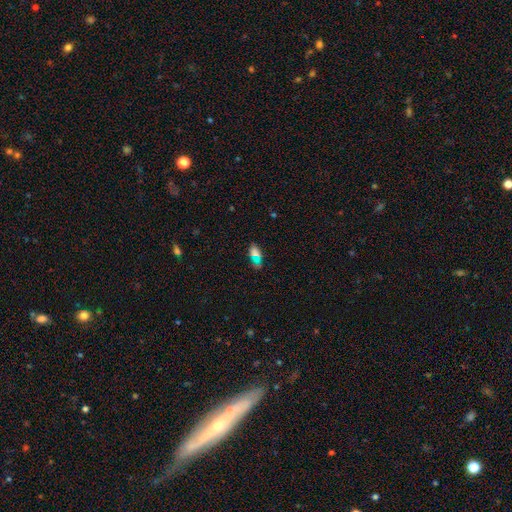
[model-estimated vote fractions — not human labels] smooth-or-featured: smooth: 61% | star or artifact: 24% | featured or disk: 15%
  how-rounded: in between: 78% | cigar-shaped: 15% | round: 7%
  merging: none: 55% | minor disturbance: 24% | major disturbance: 12% | merger: 8%